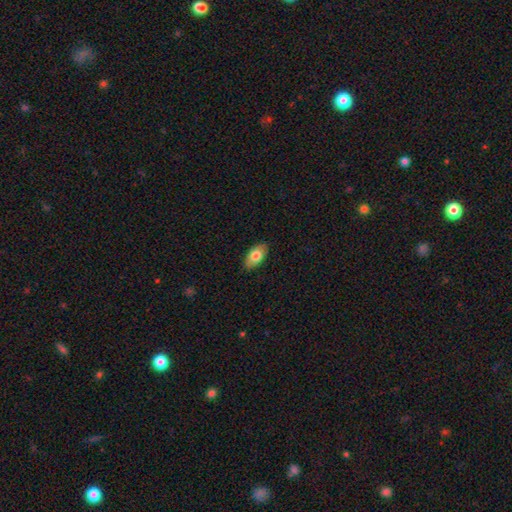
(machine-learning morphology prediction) Overall: smooth (78%). How rounded: in between (93%). Merging: none (87%).